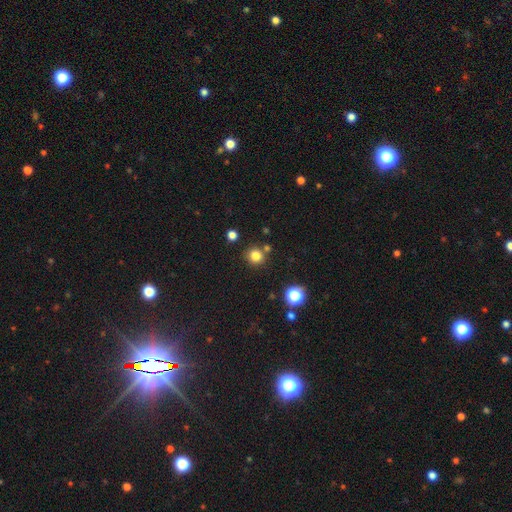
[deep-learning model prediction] smooth-or-featured: smooth: 80% | star or artifact: 15% | featured or disk: 5%
  how-rounded: round: 92% | in between: 7% | cigar-shaped: 1%
  merging: none: 81% | minor disturbance: 8% | merger: 8% | major disturbance: 3%